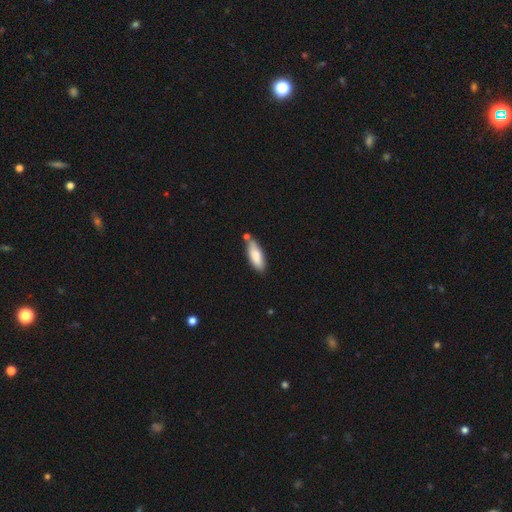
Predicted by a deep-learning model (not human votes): smooth 82%, featured or disk 12%, star or artifact 6%. Down the decision tree: how rounded — in between (64%); merging — none (64%).